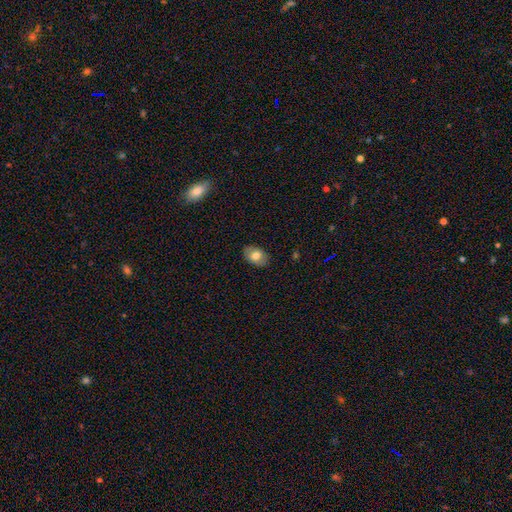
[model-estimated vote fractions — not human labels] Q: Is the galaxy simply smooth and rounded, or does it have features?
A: smooth — 75%.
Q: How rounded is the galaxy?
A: in between — 86%.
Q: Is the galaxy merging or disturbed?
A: none — 86%.